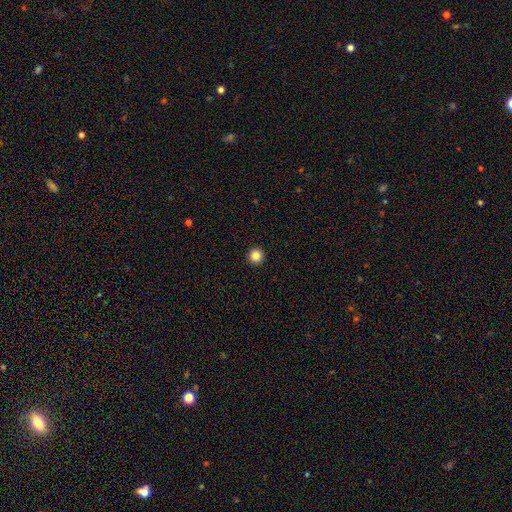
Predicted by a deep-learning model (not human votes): Smooth or featured? Predicted: smooth (p=0.85). How rounded? Predicted: round (p=0.96). Merging? Predicted: none (p=0.94).